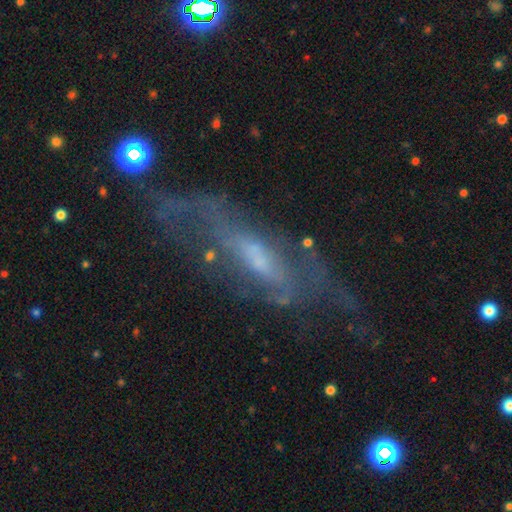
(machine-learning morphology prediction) Smooth or featured? Predicted: featured or disk (p=0.74). Edge-on disk? Predicted: no (p=0.71). Bar? Predicted: no (p=0.44). Spiral arms? Predicted: yes (p=0.70). Bulge size? Predicted: small (p=0.53). Merging? Predicted: none (p=0.55).